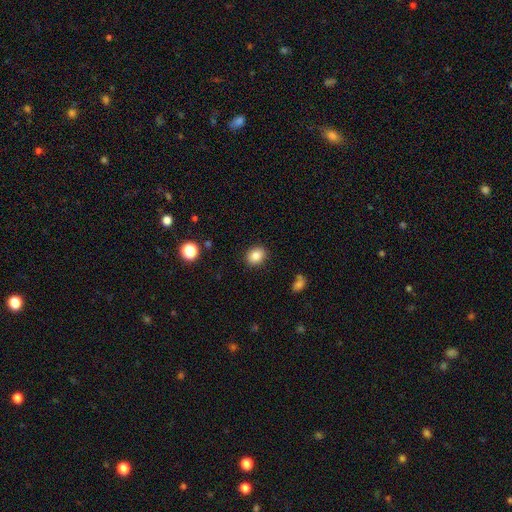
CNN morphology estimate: smooth_or_featured: smooth (p=0.85) [alt: star or artifact p=0.10]
how_rounded: round (p=0.55) [alt: in between p=0.44]
merging: none (p=0.89) [alt: minor disturbance p=0.08]